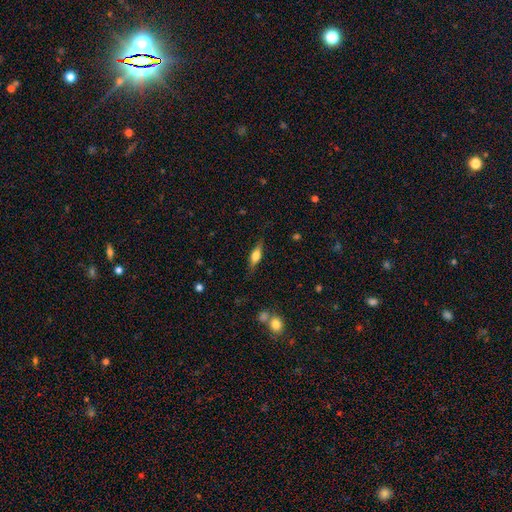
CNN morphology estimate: Smooth or featured?
  - smooth: 54% *
  - featured or disk: 39%
  - star or artifact: 7%
How rounded?
  - in between: 51% *
  - cigar-shaped: 45%
  - round: 4%
Merging?
  - none: 82% *
  - minor disturbance: 13%
  - major disturbance: 3%
  - merger: 2%